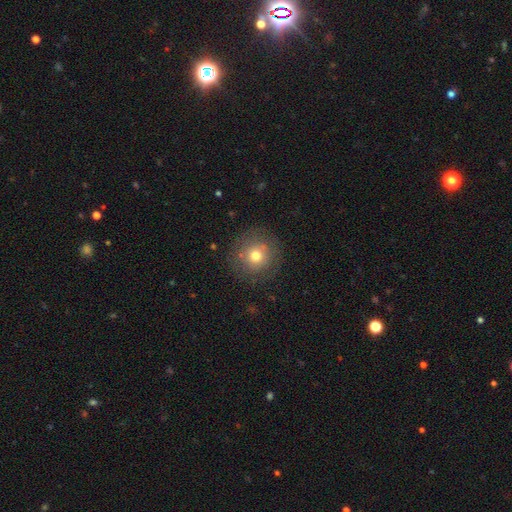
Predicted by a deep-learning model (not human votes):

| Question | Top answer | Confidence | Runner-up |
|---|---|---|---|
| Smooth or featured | smooth | 69% | featured or disk (19%) |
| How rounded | round | 93% | in between (6%) |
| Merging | none | 83% | minor disturbance (11%) |